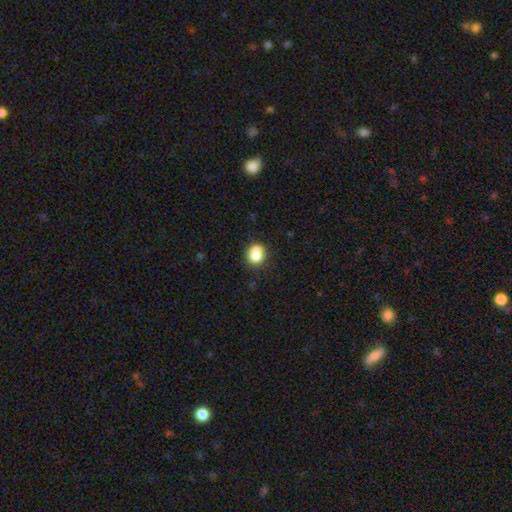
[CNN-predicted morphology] Smooth or featured? Predicted: smooth (p=0.76). How rounded? Predicted: round (p=0.77). Merging? Predicted: none (p=0.50).